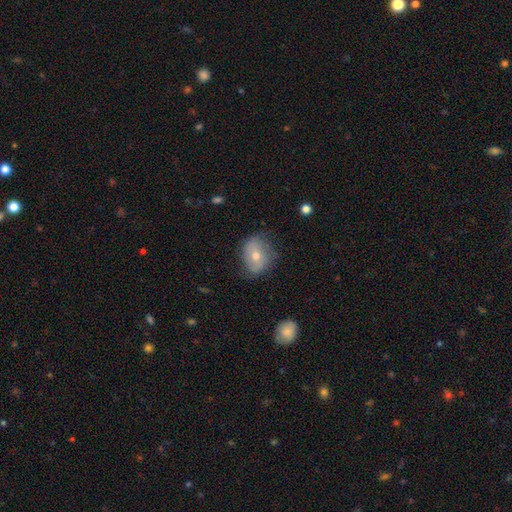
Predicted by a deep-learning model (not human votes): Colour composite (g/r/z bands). It shows a smooth galaxy with no disk features (47%). Merging: none (64%).